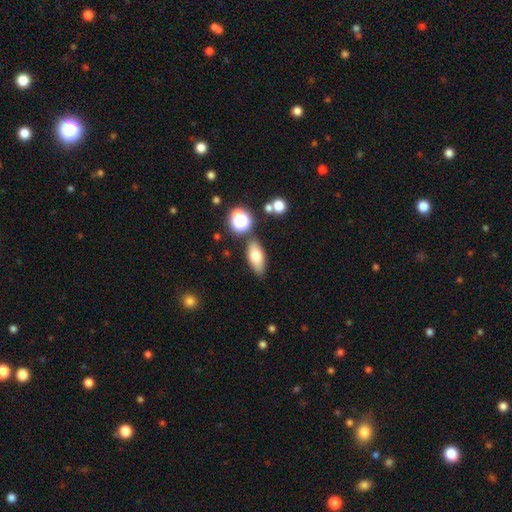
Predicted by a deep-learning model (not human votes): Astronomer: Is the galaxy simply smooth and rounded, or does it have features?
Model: smooth — 72%.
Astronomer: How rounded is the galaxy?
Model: in between — 80%.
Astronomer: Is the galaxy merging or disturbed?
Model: none — 80%.